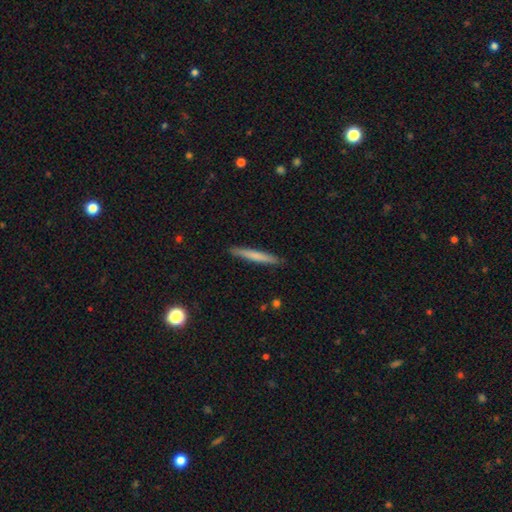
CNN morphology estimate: Smooth or featured: smooth — 69% (featured or disk — 25%)
How rounded: cigar-shaped — 96% (in between — 3%)
Merging: none — 91% (minor disturbance — 7%)